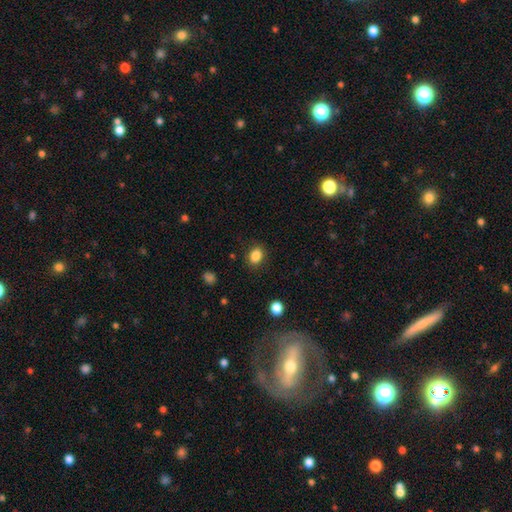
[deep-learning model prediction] Q: Smooth or featured?
A: smooth (86%); runner-up: star or artifact (10%)
Q: How rounded?
A: in between (56%); runner-up: round (43%)
Q: Merging?
A: none (86%); runner-up: minor disturbance (9%)